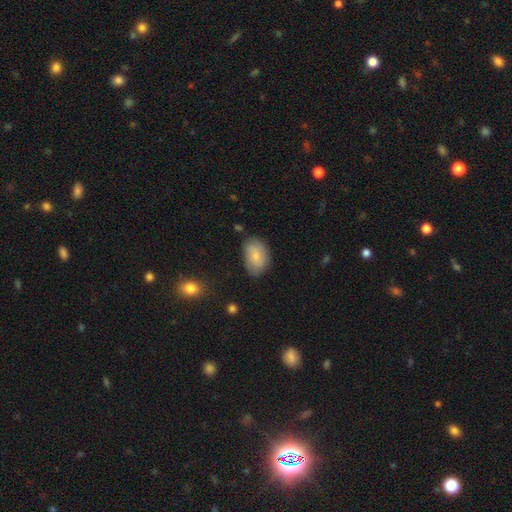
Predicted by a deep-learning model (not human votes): Smooth or featured?
  - smooth: 72% *
  - featured or disk: 21%
  - star or artifact: 7%
How rounded?
  - in between: 88% *
  - round: 11%
  - cigar-shaped: 1%
Merging?
  - none: 72% *
  - minor disturbance: 21%
  - major disturbance: 5%
  - merger: 2%